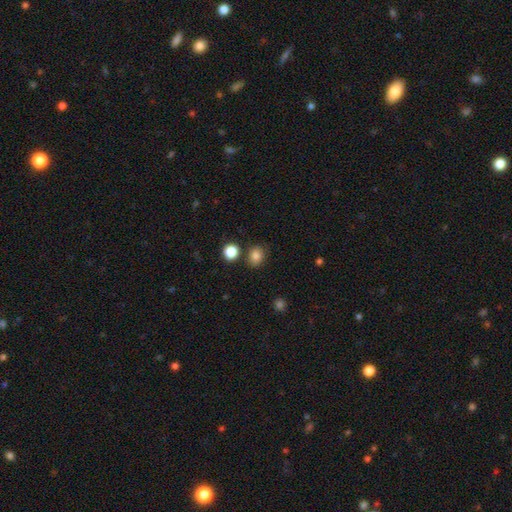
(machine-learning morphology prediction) Overall: smooth (83%). How rounded: round (64%; in between 35%). Merging: none (81%).